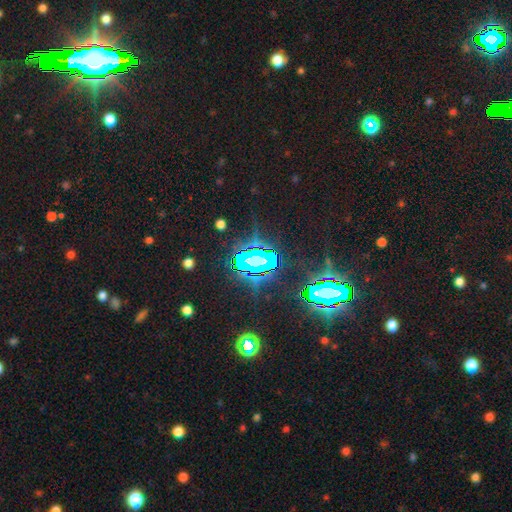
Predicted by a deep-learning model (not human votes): Smooth or featured? Predicted: star or artifact (p=0.73).